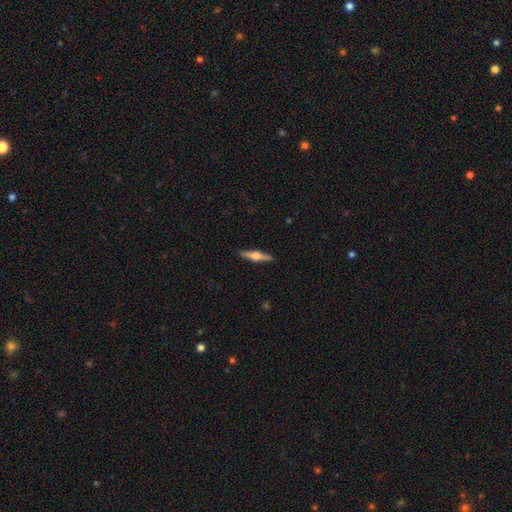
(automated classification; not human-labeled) Morphology: type=featured or disk (65%); edge-on=yes (97%); edge-on bulge=rounded (90%); merging=none (90%).